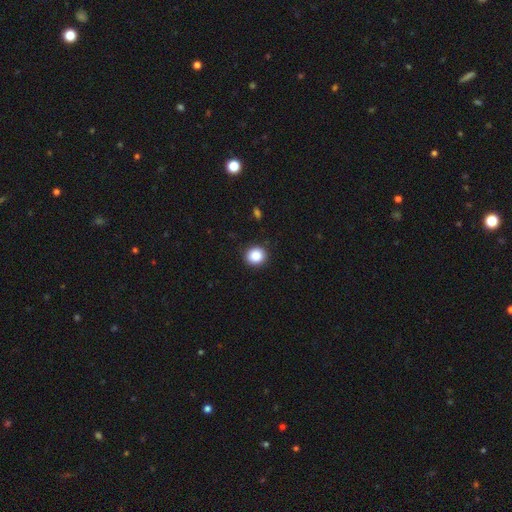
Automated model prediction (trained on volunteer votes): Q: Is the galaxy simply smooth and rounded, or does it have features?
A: smooth — 88%.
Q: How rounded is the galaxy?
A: round — 85%.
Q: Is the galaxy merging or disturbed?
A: none — 90%.